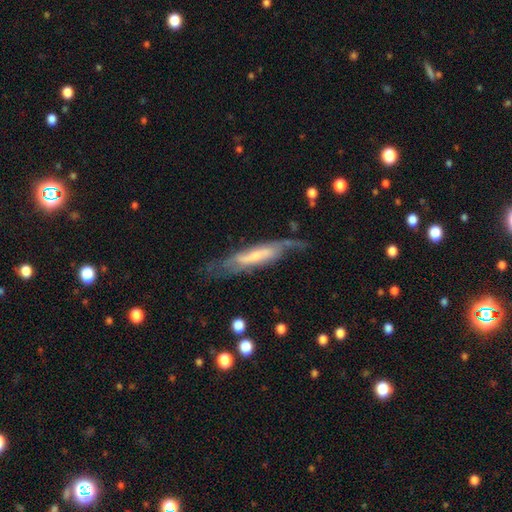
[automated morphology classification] Q: Smooth or featured?
A: featured or disk (68%); runner-up: smooth (26%)
Q: Edge-on disk?
A: no (54%); runner-up: yes (46%)
Q: Merging?
A: none (54%); runner-up: minor disturbance (25%)